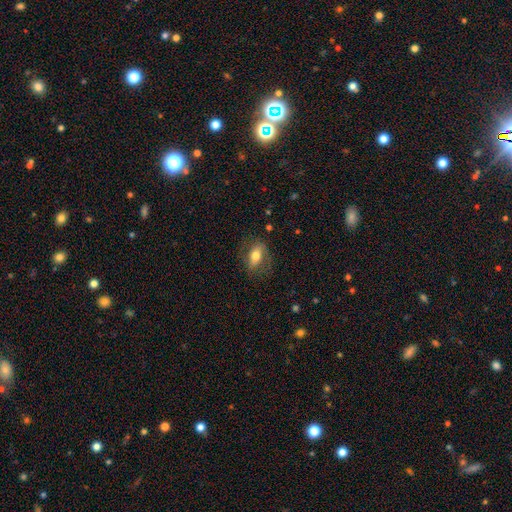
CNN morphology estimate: type=smooth (54%); roundness=in between (83%); merging=none (69%).